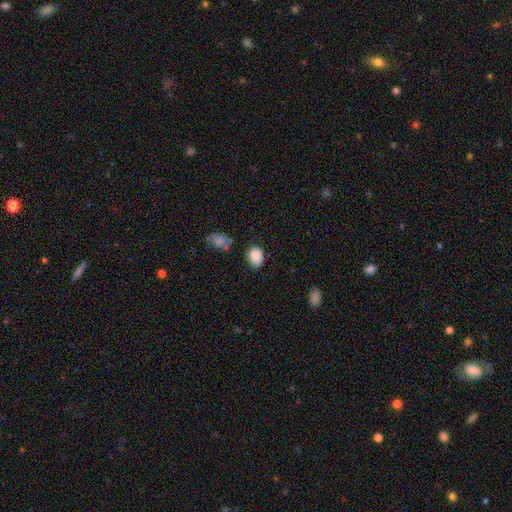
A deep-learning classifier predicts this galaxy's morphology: Overall: smooth (87%). How rounded: in between (66%; round 33%). Merging: none (73%).